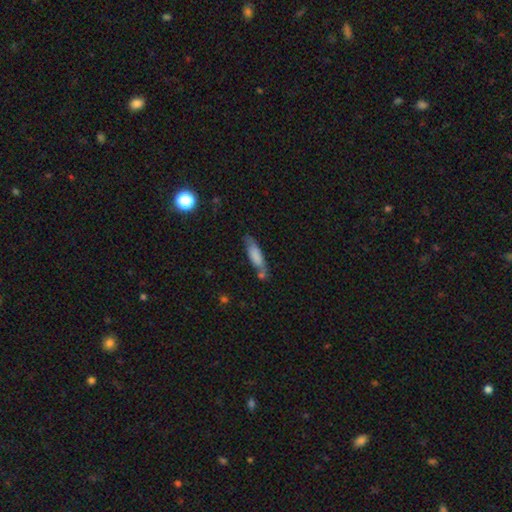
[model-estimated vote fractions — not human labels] Overall: smooth (75%). How rounded: cigar-shaped (64%; in between 35%). Merging: none (60%; minor disturbance 23%).